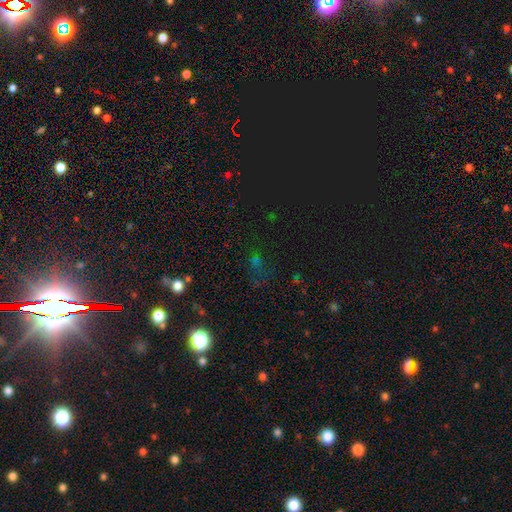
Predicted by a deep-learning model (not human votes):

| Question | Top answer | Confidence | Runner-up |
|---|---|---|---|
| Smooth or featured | star or artifact | 60% | smooth (30%) |